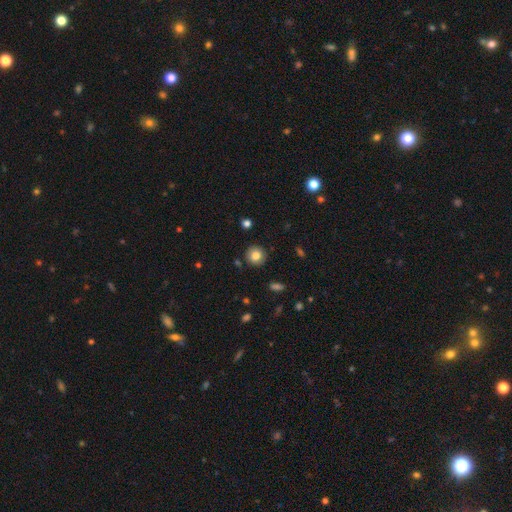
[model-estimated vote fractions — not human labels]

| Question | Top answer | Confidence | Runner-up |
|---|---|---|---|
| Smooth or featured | smooth | 82% | star or artifact (10%) |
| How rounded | round | 92% | in between (7%) |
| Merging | none | 90% | minor disturbance (7%) |